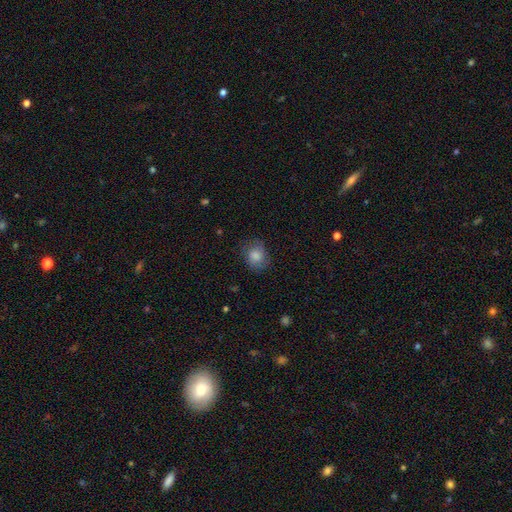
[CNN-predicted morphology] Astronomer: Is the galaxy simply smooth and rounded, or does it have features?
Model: smooth — 76%.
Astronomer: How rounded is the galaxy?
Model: round — 62% (runner-up: in between, 37%).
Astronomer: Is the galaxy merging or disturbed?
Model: none — 71%.